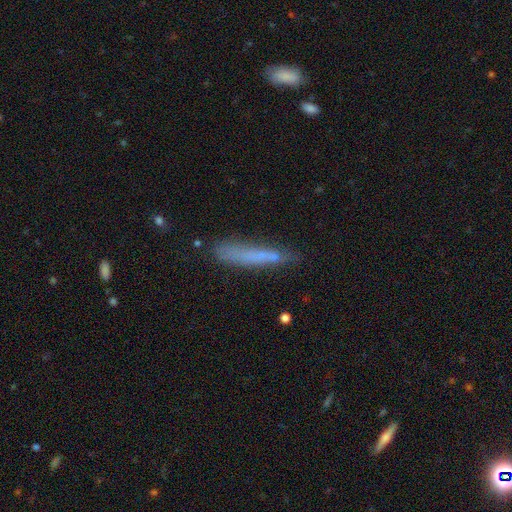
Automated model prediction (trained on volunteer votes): This appears to be a smooth galaxy with no disk features (66%) that is cigar-shaped (93%). Merging: none (69%).